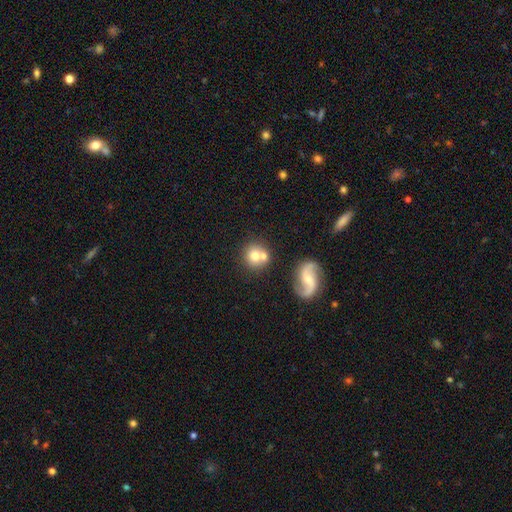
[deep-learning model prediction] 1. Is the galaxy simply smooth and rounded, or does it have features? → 66% smooth, 26% featured or disk, 8% star or artifact.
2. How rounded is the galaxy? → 87% round, 12% in between, 1% cigar-shaped.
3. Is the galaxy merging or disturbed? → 54% none, 33% merger, 9% minor disturbance, 4% major disturbance.